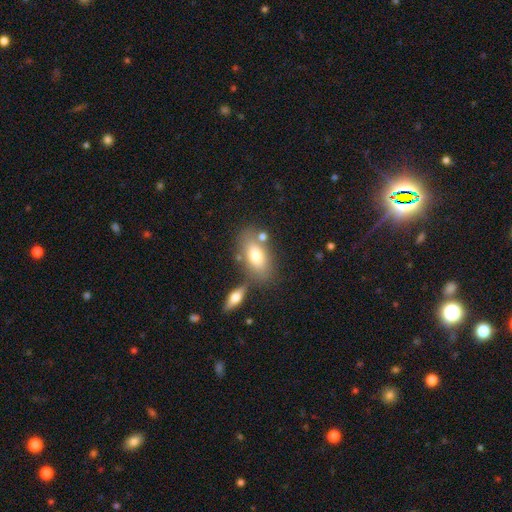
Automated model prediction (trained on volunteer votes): The model was most divided on "merging": none: 64%, merger: 17%, minor disturbance: 14%, major disturbance: 5%. More confident: how rounded — in between (88%); smooth or featured — smooth (71%).